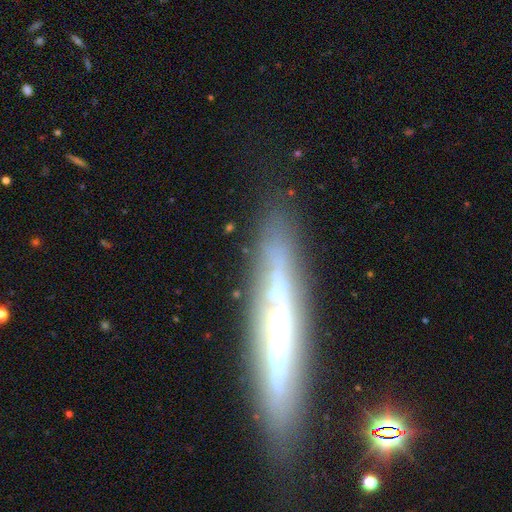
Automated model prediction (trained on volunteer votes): This is likely a featured or disk galaxy (71%). It is clearly viewed edge-on (85%). Edge-on bulge: possibly none (59%). Merging: likely none (79%).